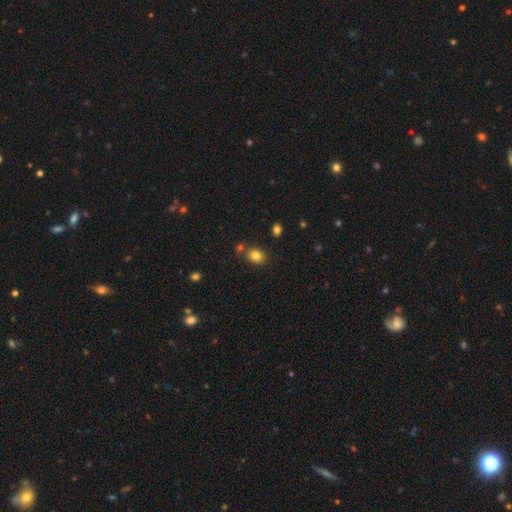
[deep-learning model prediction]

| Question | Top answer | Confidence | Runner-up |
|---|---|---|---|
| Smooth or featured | smooth | 82% | star or artifact (11%) |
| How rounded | in between | 56% | round (43%) |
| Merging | none | 75% | minor disturbance (12%) |